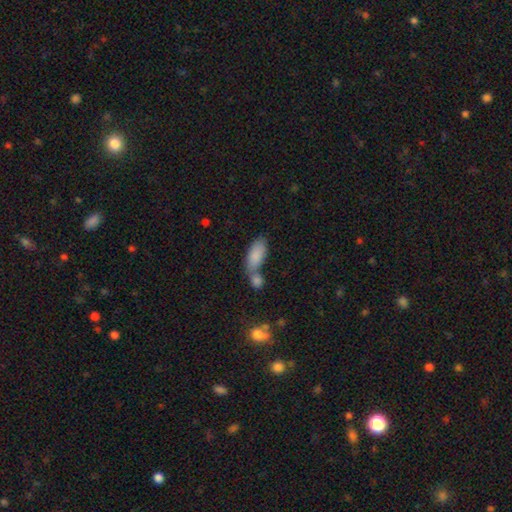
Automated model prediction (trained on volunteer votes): This is clearly a smooth galaxy (85%). How rounded: clearly in between (86%). Merging: possibly merger (47%).